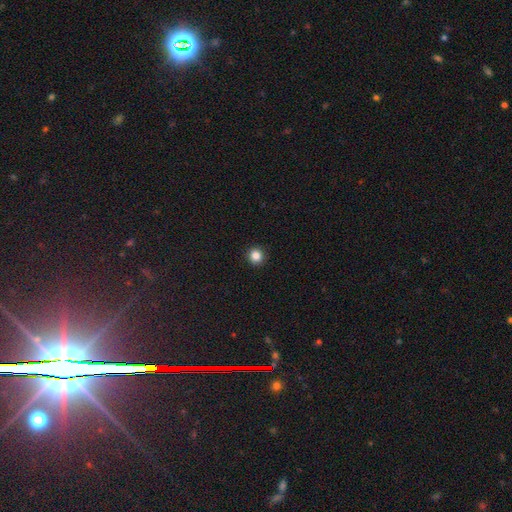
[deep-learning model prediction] Q: Smooth or featured?
A: smooth (84%); runner-up: star or artifact (12%)
Q: How rounded?
A: round (94%); runner-up: in between (5%)
Q: Merging?
A: none (93%); runner-up: minor disturbance (4%)